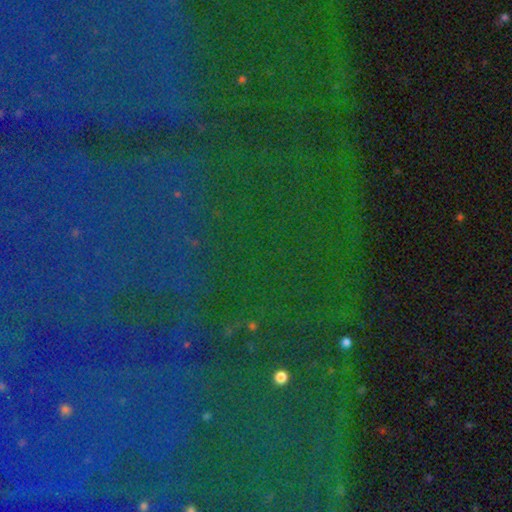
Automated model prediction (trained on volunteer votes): Smooth or featured?
  - star or artifact: 82% *
  - featured or disk: 9%
  - smooth: 9%